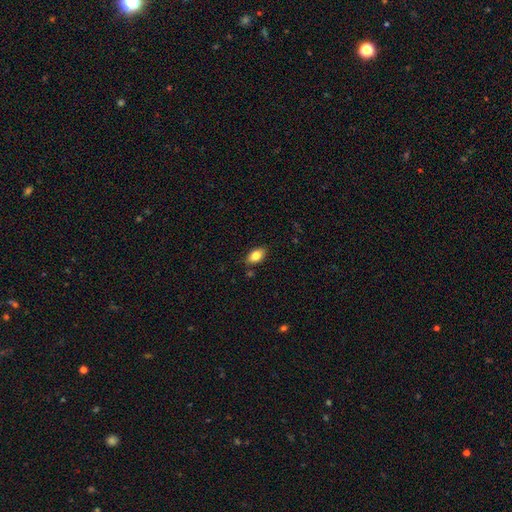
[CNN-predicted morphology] smooth_or_featured: smooth (p=0.84) [alt: featured or disk p=0.08]
how_rounded: in between (p=0.91) [alt: round p=0.07]
merging: none (p=0.85) [alt: minor disturbance p=0.11]